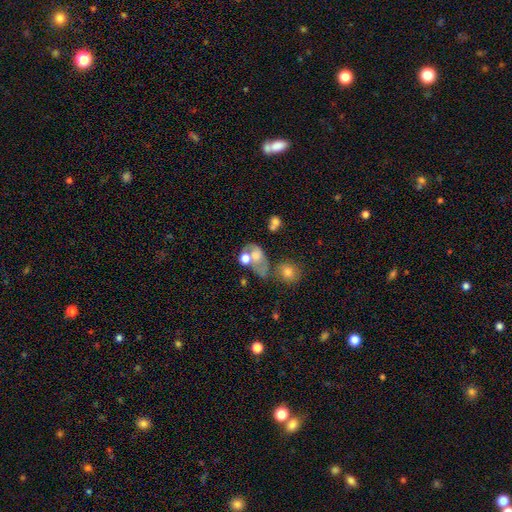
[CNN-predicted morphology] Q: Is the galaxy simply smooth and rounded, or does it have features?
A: smooth — 50%.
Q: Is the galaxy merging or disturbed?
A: merger — 40%.